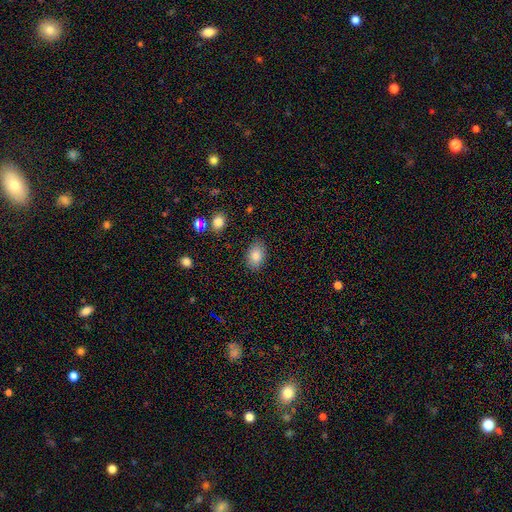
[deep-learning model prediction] A smooth galaxy with no disk features (83%) that is in between round and cigar-shaped (83%). Merging: none (84%).